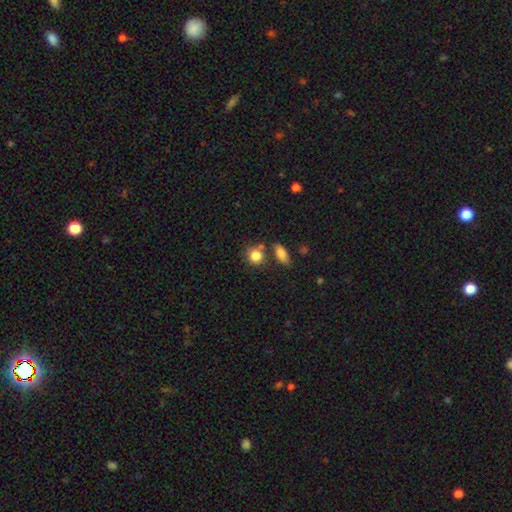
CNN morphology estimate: A smooth galaxy with no disk features (84%) that is round (77%).

Vote fractions:
- Smooth or featured? smooth: 84% / star or artifact: 9% / featured or disk: 7%
- How rounded? round: 77% / in between: 21% / cigar-shaped: 2%
- Merging? none: 62% / merger: 20% / minor disturbance: 13% / major disturbance: 5%